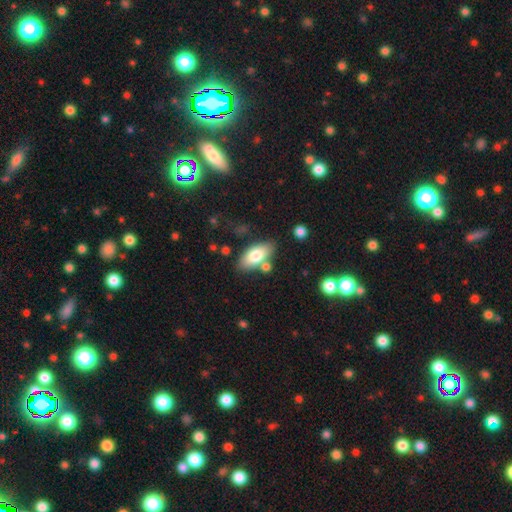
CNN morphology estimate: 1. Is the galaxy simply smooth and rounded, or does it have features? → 76% smooth, 17% featured or disk, 6% star or artifact.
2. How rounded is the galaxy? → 87% in between, 10% cigar-shaped, 3% round.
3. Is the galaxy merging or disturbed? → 75% none, 12% minor disturbance, 9% merger, 3% major disturbance.